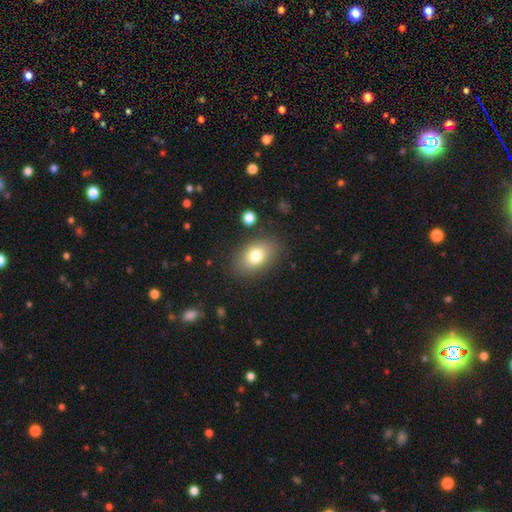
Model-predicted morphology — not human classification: type=smooth (77%); roundness=in between (83%); merging=none (83%).